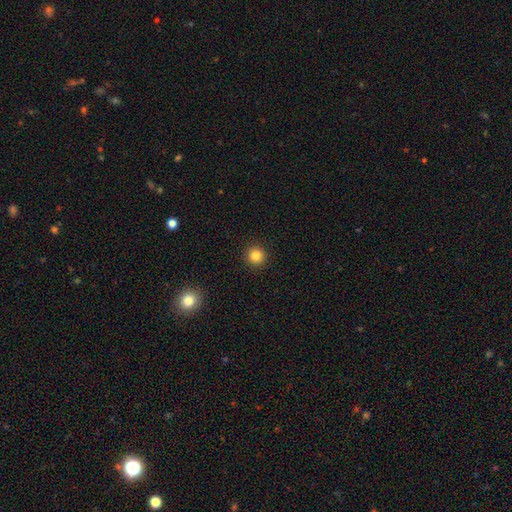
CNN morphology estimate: smooth_or_featured: smooth (p=0.84) [alt: star or artifact p=0.12]
how_rounded: round (p=0.95) [alt: in between p=0.04]
merging: none (p=0.93) [alt: minor disturbance p=0.04]